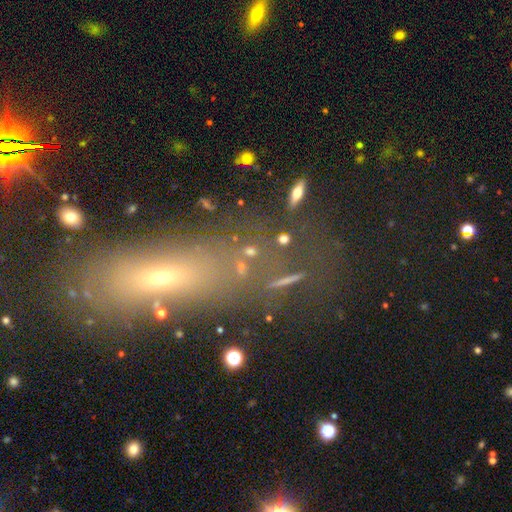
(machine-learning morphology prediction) Q: Smooth or featured?
A: smooth (46%); runner-up: star or artifact (29%)
Q: Merging?
A: none (69%); runner-up: minor disturbance (15%)